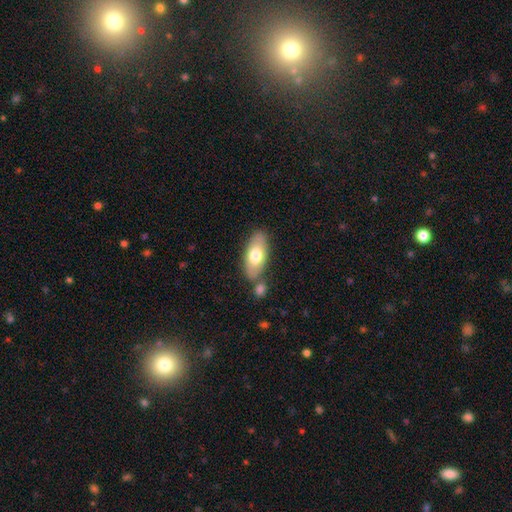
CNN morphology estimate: Overall: smooth (69%). How rounded: in between (86%). Merging: none (65%).